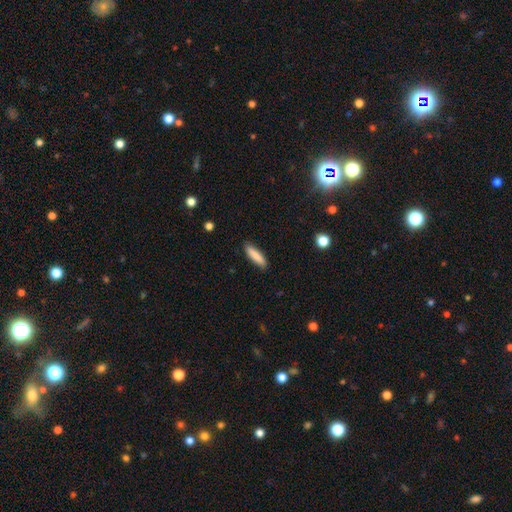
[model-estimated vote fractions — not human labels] smooth-or-featured: smooth: 85% | featured or disk: 9% | star or artifact: 6%
  how-rounded: cigar-shaped: 74% | in between: 25% | round: 1%
  merging: none: 88% | minor disturbance: 9% | major disturbance: 2% | merger: 1%